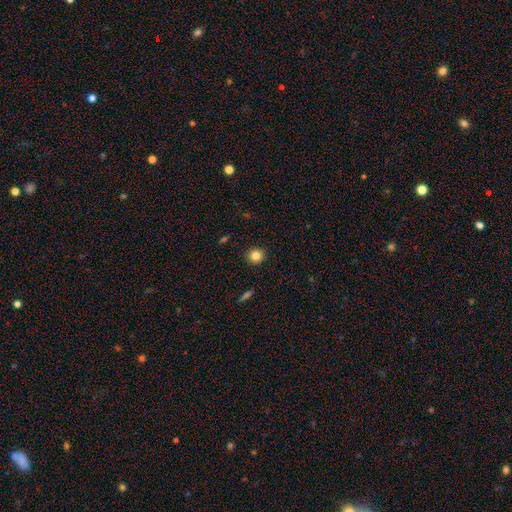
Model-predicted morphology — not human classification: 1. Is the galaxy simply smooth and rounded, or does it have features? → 82% smooth, 11% star or artifact, 6% featured or disk.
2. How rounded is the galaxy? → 90% round, 9% in between, 1% cigar-shaped.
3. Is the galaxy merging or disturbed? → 92% none, 5% minor disturbance, 2% major disturbance, 1% merger.